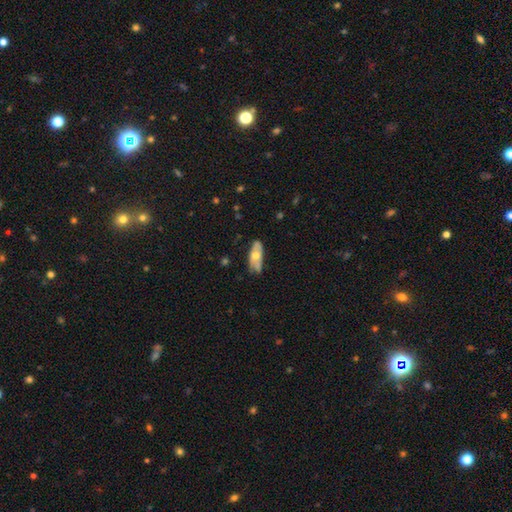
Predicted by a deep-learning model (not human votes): A smooth galaxy with no disk features (52%) that is in between round and cigar-shaped (79%).

Vote fractions:
- Smooth or featured? smooth: 52% / featured or disk: 41% / star or artifact: 6%
- How rounded? in between: 79% / cigar-shaped: 18% / round: 3%
- Merging? none: 69% / minor disturbance: 24% / major disturbance: 5% / merger: 2%